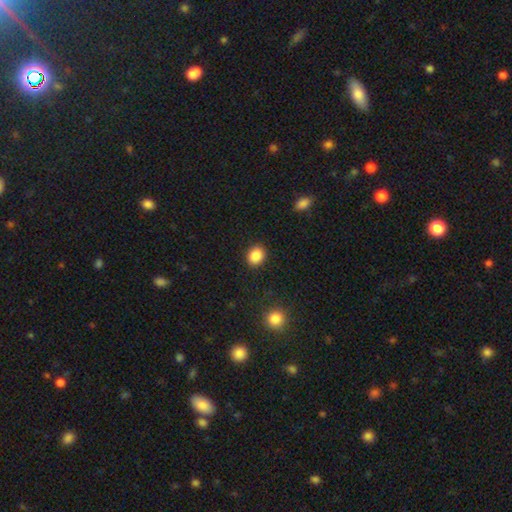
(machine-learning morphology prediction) type=smooth (88%); roundness=round (58%); merging=none (90%).